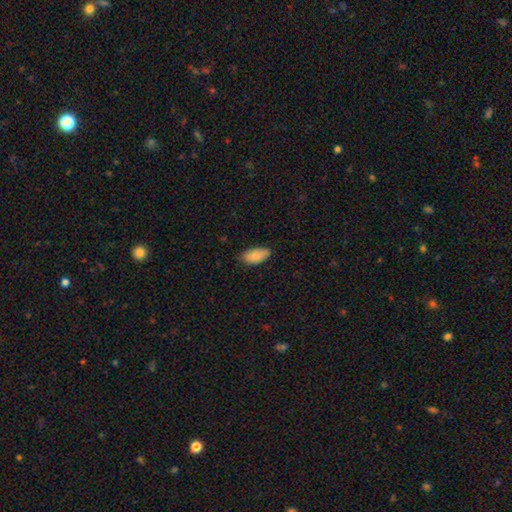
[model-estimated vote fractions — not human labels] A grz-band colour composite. It shows a smooth galaxy with no disk features (88%) that is in between round and cigar-shaped (92%). Merging: none (78%).